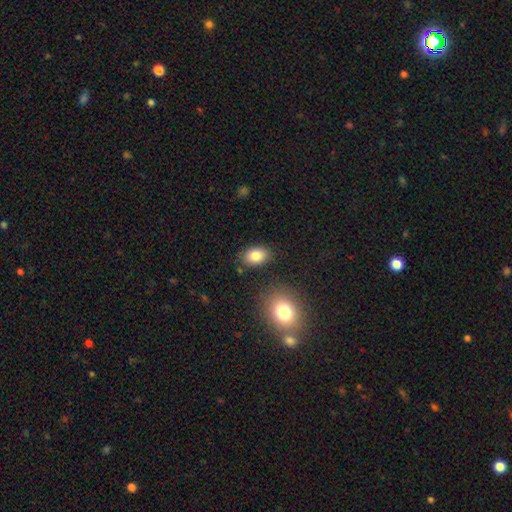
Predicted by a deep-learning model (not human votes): smooth-or-featured: smooth: 84% | star or artifact: 9% | featured or disk: 7%
  how-rounded: in between: 84% | round: 15% | cigar-shaped: 1%
  merging: none: 82% | minor disturbance: 11% | merger: 4% | major disturbance: 3%